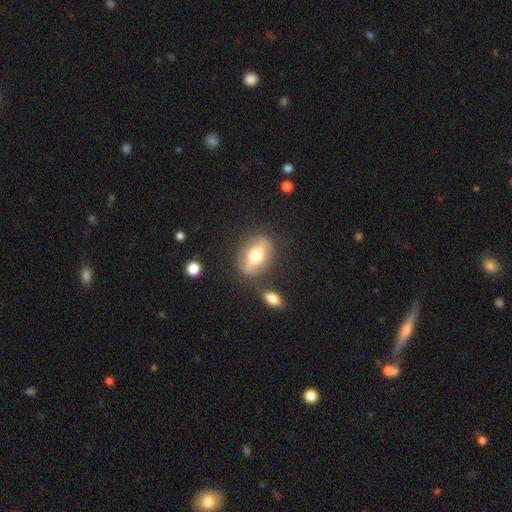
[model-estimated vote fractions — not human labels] Smooth or featured? Predicted: featured or disk (p=0.47). Merging? Predicted: none (p=0.73).